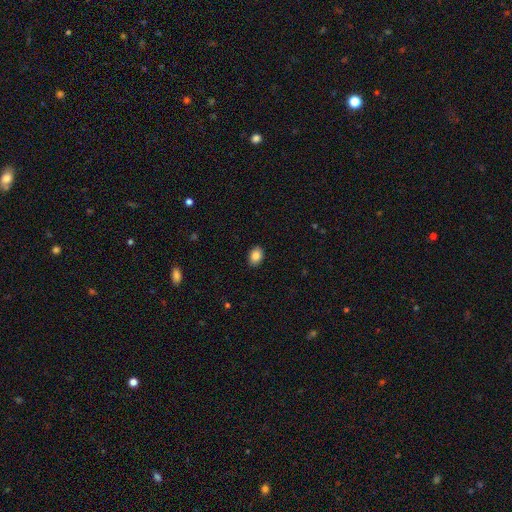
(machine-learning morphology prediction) type=smooth (86%); roundness=in between (75%); merging=none (90%).